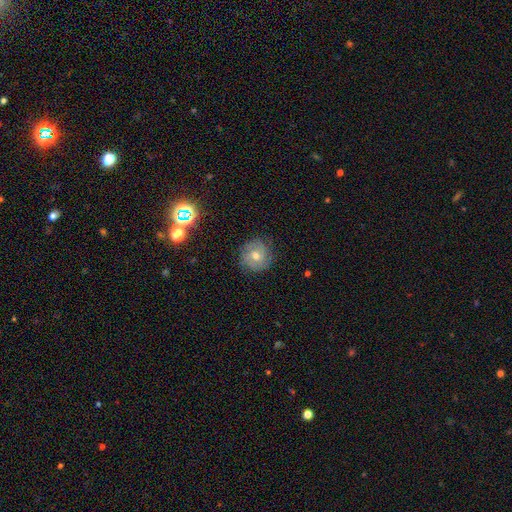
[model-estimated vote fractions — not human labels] Smooth or featured? Predicted: featured or disk (p=0.61). Edge-on disk? Predicted: no (p=0.97). Bar? Predicted: no (p=0.69). Spiral arms? Predicted: yes (p=0.85). Spiral winding? Predicted: tight (p=0.60). Spiral arm count? Predicted: can't tell (p=0.33). Bulge size? Predicted: moderate (p=0.65). Merging? Predicted: none (p=0.81).